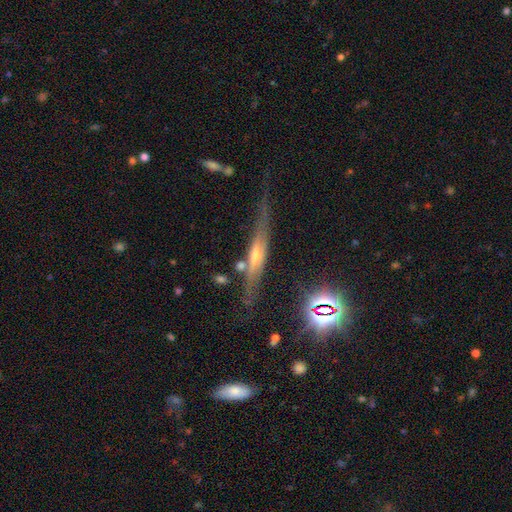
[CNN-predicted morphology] Smooth or featured: featured or disk — 70% (smooth — 19%)
Edge-on disk: yes — 89% (no — 11%)
Edge-on bulge: rounded — 69% (none — 16%)
Merging: none — 66% (minor disturbance — 19%)